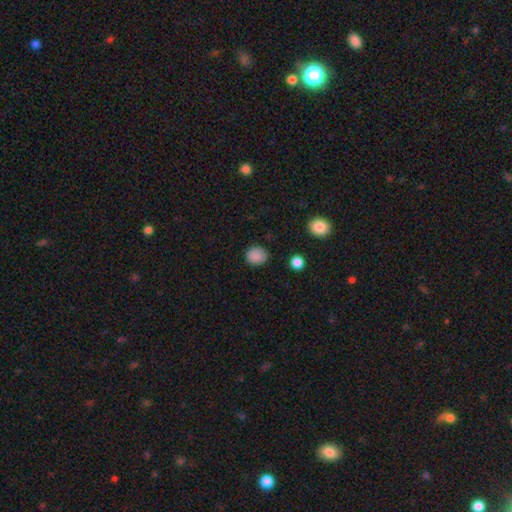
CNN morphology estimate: Smooth or featured? smooth (87%)
How rounded? round (69%)
Merging? none (83%)